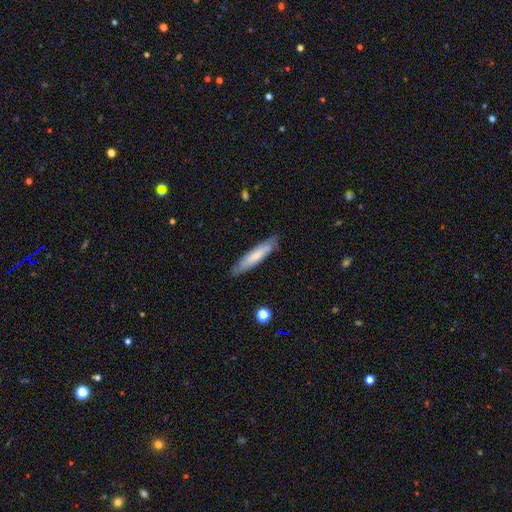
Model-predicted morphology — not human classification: The model was most divided on "smooth or featured": smooth: 62%, featured or disk: 32%, star or artifact: 6%. More confident: merging — none (83%); how rounded — cigar-shaped (82%).